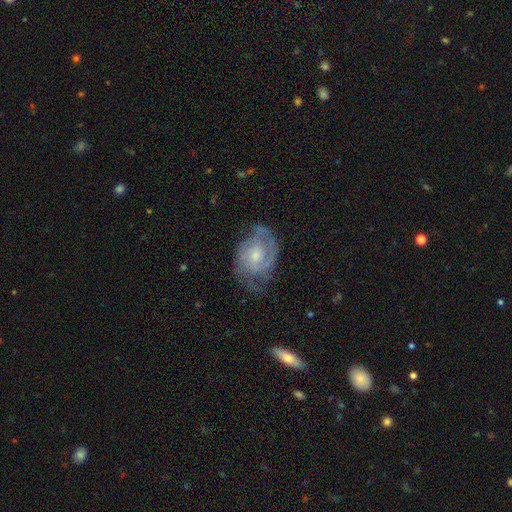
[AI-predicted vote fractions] featured or disk 82%, smooth 12%, star or artifact 5%. Down the decision tree: edge-on disk — no (97%); bar — no (66%); spiral arms — yes (94%); spiral arm count — 2 (56%); spiral winding — tight (53%); bulge size — small (46%); merging — none (62%).